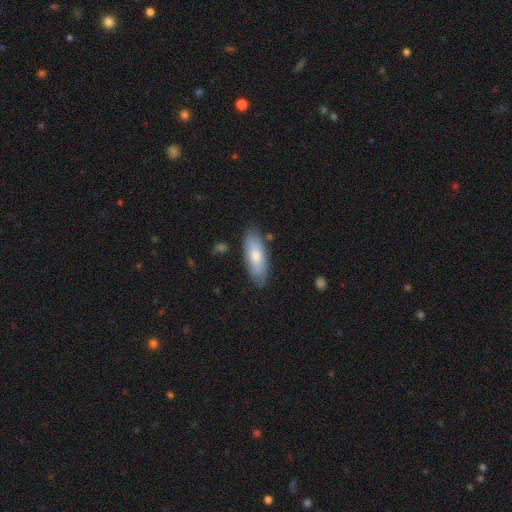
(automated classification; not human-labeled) Overall: smooth (73%). How rounded: in between (71%). Merging: none (81%).